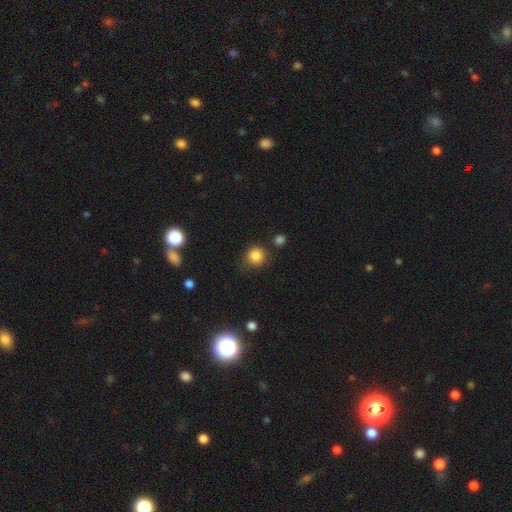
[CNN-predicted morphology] Smooth or featured?
  - smooth: 84% *
  - star or artifact: 12%
  - featured or disk: 5%
How rounded?
  - round: 89% *
  - in between: 10%
  - cigar-shaped: 1%
Merging?
  - none: 73% *
  - minor disturbance: 17%
  - major disturbance: 5%
  - merger: 5%